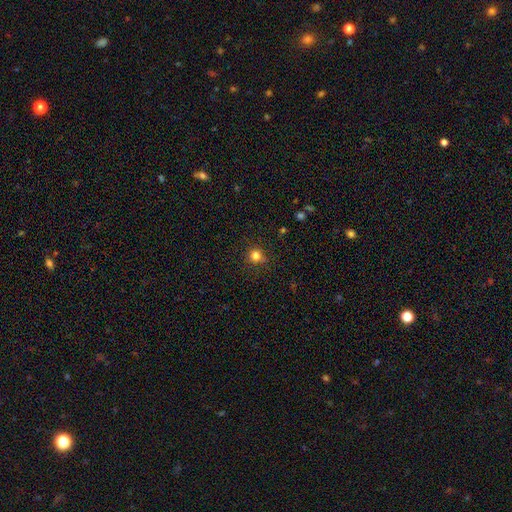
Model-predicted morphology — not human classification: Smooth or featured: smooth — 81% (star or artifact — 15%)
How rounded: round — 93% (in between — 6%)
Merging: none — 84% (minor disturbance — 11%)